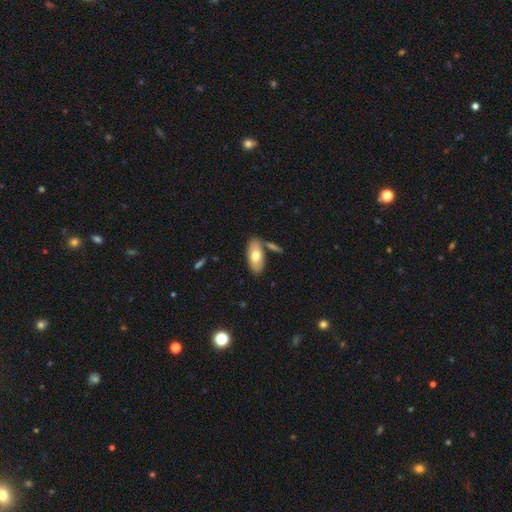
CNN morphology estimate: Smooth or featured?
  - smooth: 69% *
  - featured or disk: 25%
  - star or artifact: 6%
How rounded?
  - in between: 88% *
  - cigar-shaped: 9%
  - round: 3%
Merging?
  - none: 72% *
  - merger: 13%
  - minor disturbance: 12%
  - major disturbance: 3%